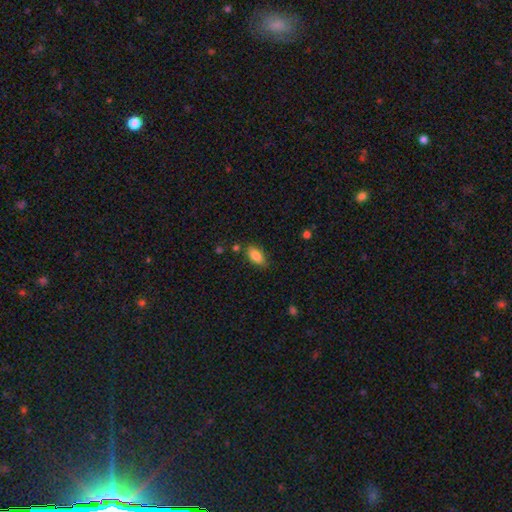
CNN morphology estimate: A smooth galaxy with no disk features (85%) that is in between round and cigar-shaped (89%).

Vote fractions:
- Smooth or featured? smooth: 85% / star or artifact: 8% / featured or disk: 7%
- How rounded? in between: 89% / cigar-shaped: 7% / round: 4%
- Merging? none: 80% / minor disturbance: 14% / merger: 3% / major disturbance: 3%